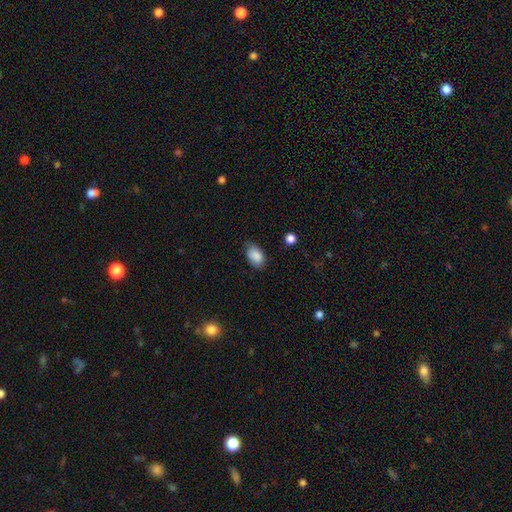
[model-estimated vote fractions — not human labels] The model was most divided on "merging": none: 71%, minor disturbance: 23%, major disturbance: 4%, merger: 1%. More confident: how rounded — in between (90%); smooth or featured — smooth (84%).